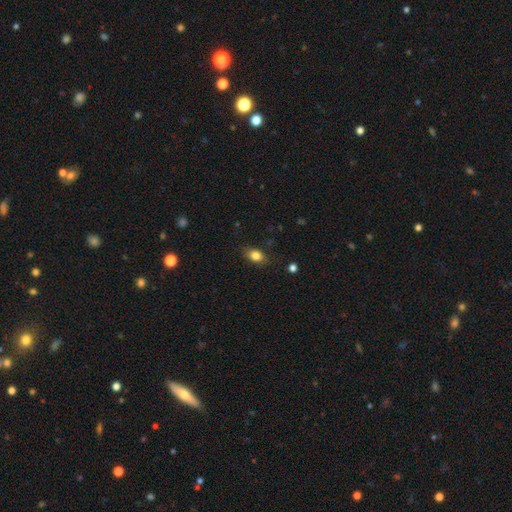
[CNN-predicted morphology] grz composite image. It shows a smooth galaxy with no disk features (82%) that is in between round and cigar-shaped (77%). Merging: none (81%).